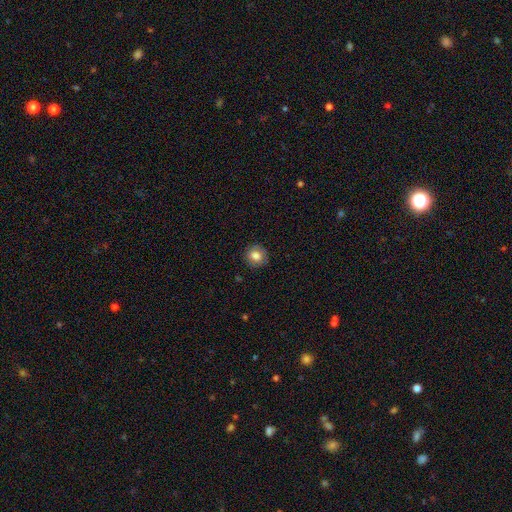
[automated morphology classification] A smooth galaxy with no disk features (80%) that is round (89%).

Vote fractions:
- Smooth or featured? smooth: 80% / featured or disk: 11% / star or artifact: 9%
- How rounded? round: 89% / in between: 11% / cigar-shaped: 1%
- Merging? none: 87% / minor disturbance: 10% / major disturbance: 2% / merger: 1%